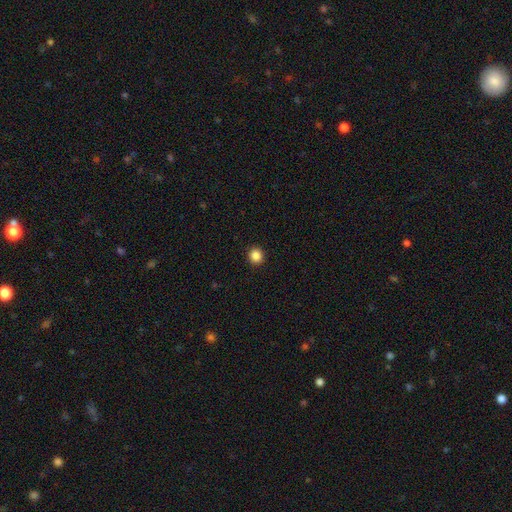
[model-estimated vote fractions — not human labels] A smooth galaxy with no disk features (86%) that is round (92%).

Vote fractions:
- Smooth or featured? smooth: 86% / star or artifact: 11% / featured or disk: 3%
- How rounded? round: 92% / in between: 7% / cigar-shaped: 1%
- Merging? none: 93% / minor disturbance: 4% / major disturbance: 2% / merger: 1%